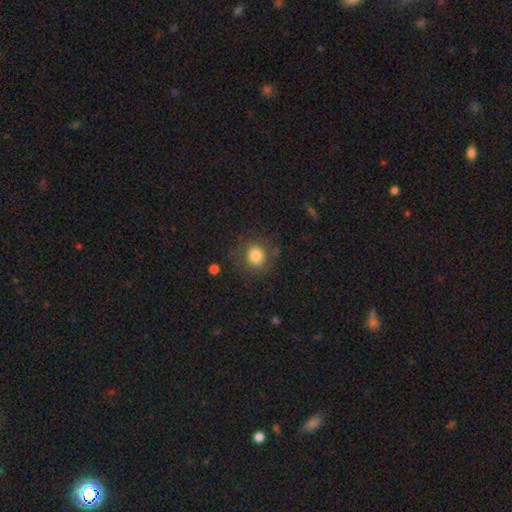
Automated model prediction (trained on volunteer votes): The model was most divided on "merging": none: 75%, minor disturbance: 15%, major disturbance: 9%, merger: 2%. More confident: how rounded — round (87%); smooth or featured — smooth (77%).